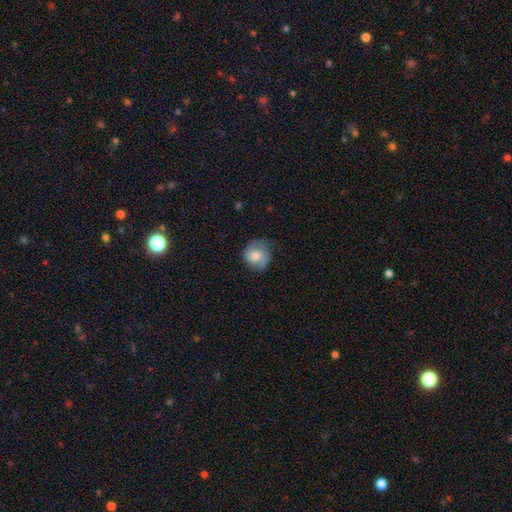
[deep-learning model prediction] smooth 54%, featured or disk 39%, star or artifact 8%. Down the decision tree: how rounded — round (80%); merging — none (65%).